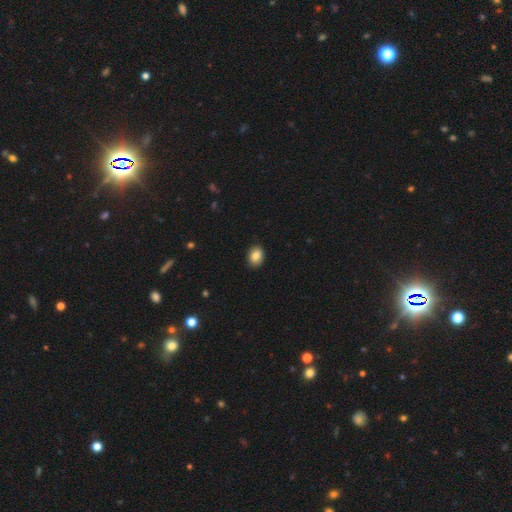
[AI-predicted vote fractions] This is clearly a smooth galaxy (85%). How rounded: likely in between (68%). Merging: clearly none (89%).